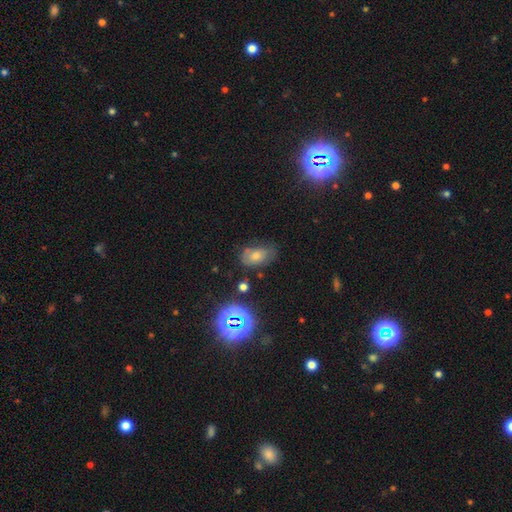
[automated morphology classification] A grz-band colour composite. It shows a smooth galaxy with no disk features (51%) that is in between round and cigar-shaped (85%). Merging: none (63%).